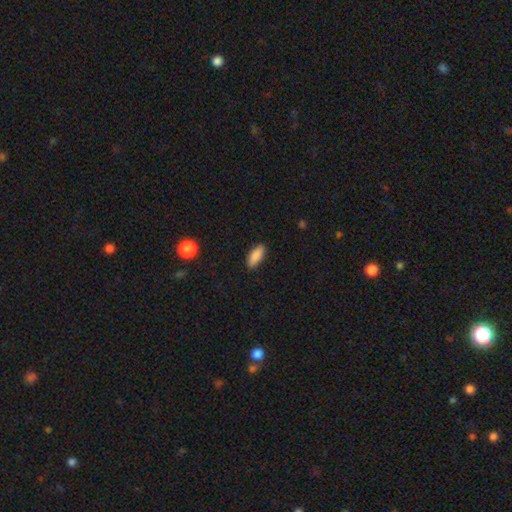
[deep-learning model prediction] Smooth or featured?
  - smooth: 87% *
  - star or artifact: 7%
  - featured or disk: 6%
How rounded?
  - in between: 68% *
  - cigar-shaped: 30%
  - round: 2%
Merging?
  - none: 87% *
  - minor disturbance: 9%
  - major disturbance: 2%
  - merger: 1%